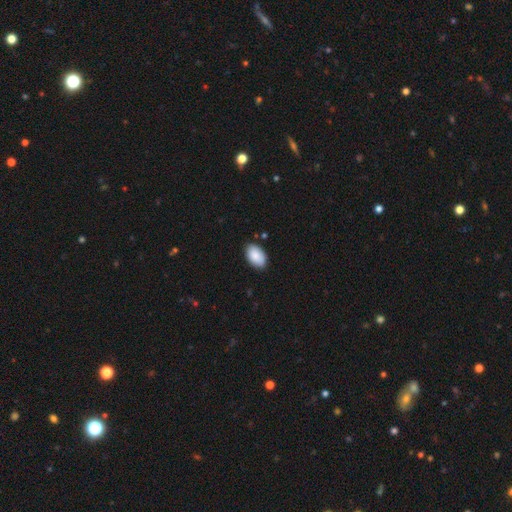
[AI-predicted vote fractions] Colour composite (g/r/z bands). It shows a smooth galaxy with no disk features (88%) that is in between round and cigar-shaped (94%). Merging: none (86%).